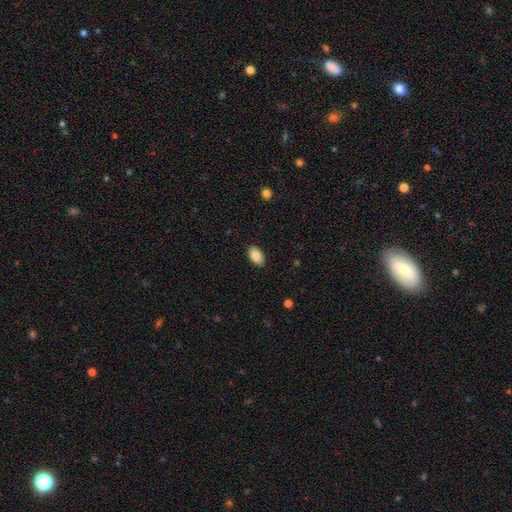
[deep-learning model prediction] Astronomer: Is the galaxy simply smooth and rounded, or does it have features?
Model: smooth — 87%.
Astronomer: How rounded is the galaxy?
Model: in between — 93%.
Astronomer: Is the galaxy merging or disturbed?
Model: none — 88%.